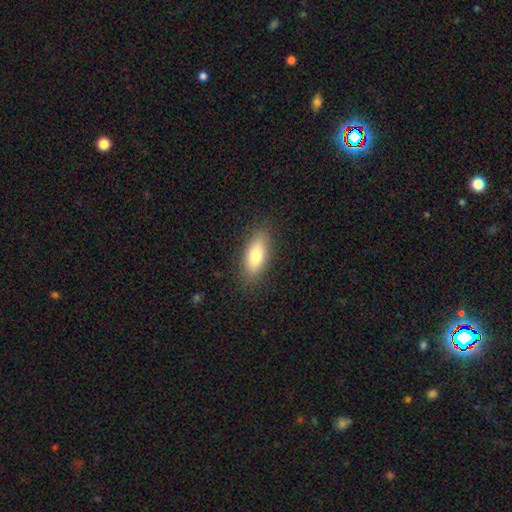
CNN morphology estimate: This is likely a smooth galaxy (77%). How rounded: likely in between (72%). Merging: clearly none (87%).